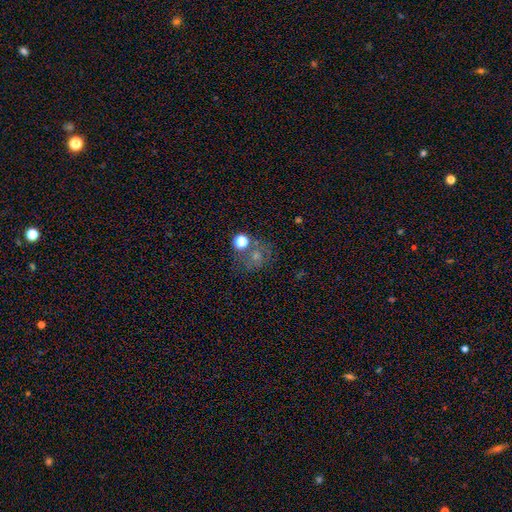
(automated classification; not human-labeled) Smooth or featured: smooth — 48% (star or artifact — 32%)
Merging: none — 56% (merger — 17%)